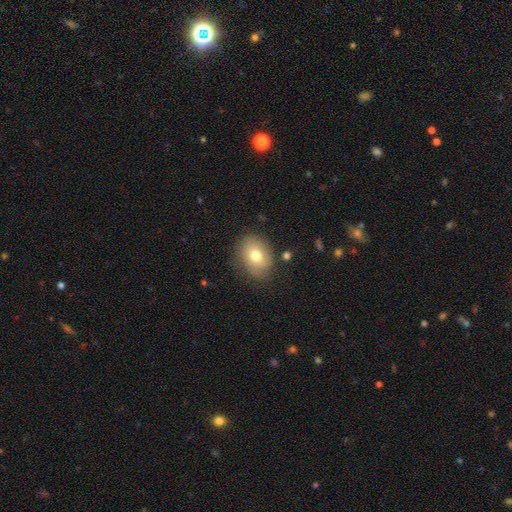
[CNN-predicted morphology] A smooth galaxy with no disk features (73%) that is in between round and cigar-shaped (63%). Merging: none (76%).